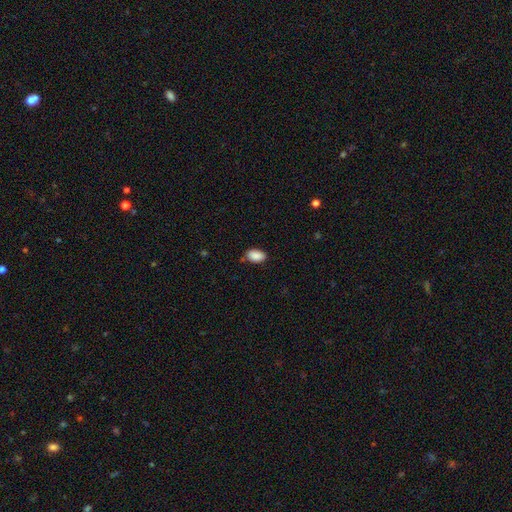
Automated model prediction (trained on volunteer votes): Smooth or featured?
  - smooth: 90% *
  - star or artifact: 7%
  - featured or disk: 3%
How rounded?
  - in between: 92% *
  - round: 7%
  - cigar-shaped: 1%
Merging?
  - none: 82% *
  - minor disturbance: 14%
  - major disturbance: 3%
  - merger: 2%